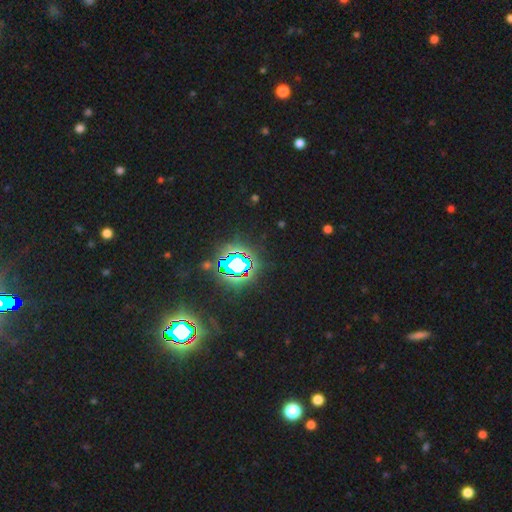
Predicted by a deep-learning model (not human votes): A star or artifact, not a galaxy (82%).

Vote fractions:
- Smooth or featured? star or artifact: 82% / smooth: 11% / featured or disk: 7%